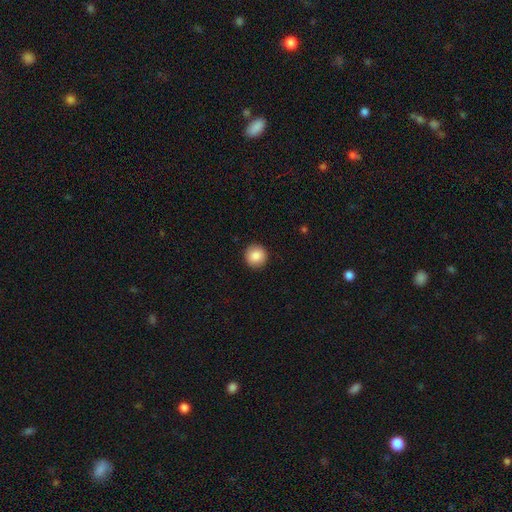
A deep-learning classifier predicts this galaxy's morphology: A smooth galaxy with no disk features (88%) that is round (94%).

Vote fractions:
- Smooth or featured? smooth: 88% / star or artifact: 8% / featured or disk: 5%
- How rounded? round: 94% / in between: 5% / cigar-shaped: 1%
- Merging? none: 92% / minor disturbance: 5% / major disturbance: 2% / merger: 1%